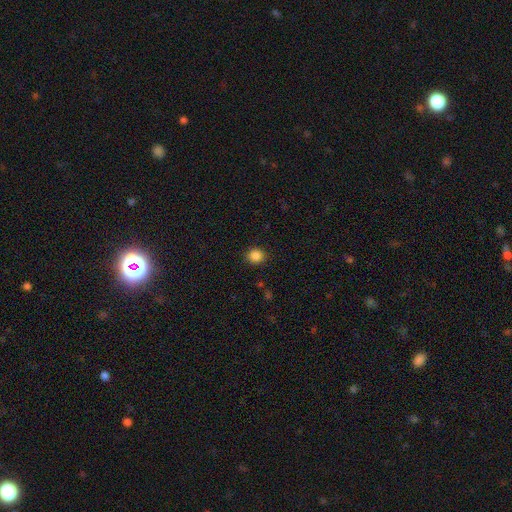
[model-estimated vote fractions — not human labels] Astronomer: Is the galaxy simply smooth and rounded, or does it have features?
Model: smooth — 86%.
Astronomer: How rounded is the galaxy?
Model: round — 89%.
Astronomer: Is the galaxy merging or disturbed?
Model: none — 88%.